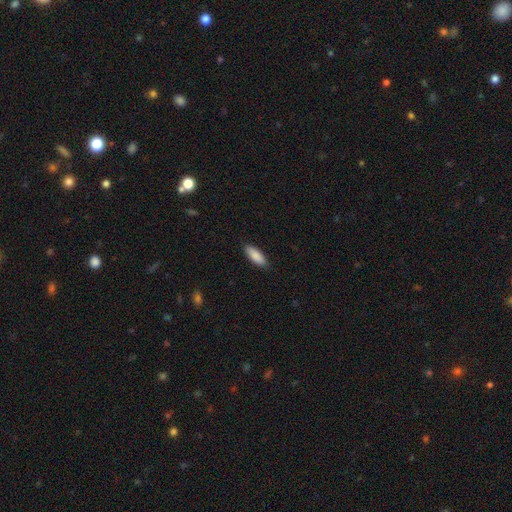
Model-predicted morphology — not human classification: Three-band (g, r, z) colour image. It shows a smooth galaxy with no disk features (89%) that is in between round and cigar-shaped (68%). Merging: none (88%).